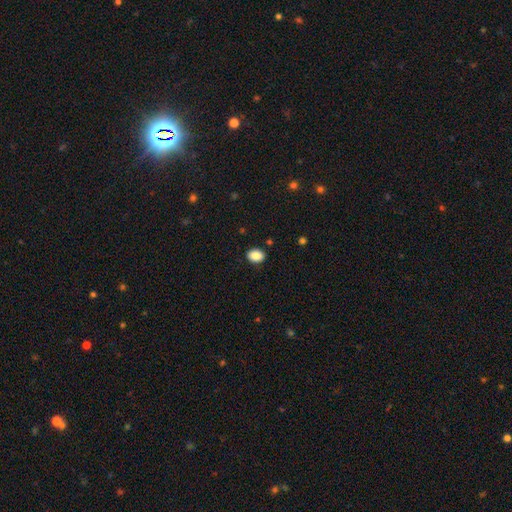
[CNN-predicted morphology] smooth 89%, star or artifact 8%, featured or disk 3%. Down the decision tree: how rounded — in between (72%); merging — none (87%).